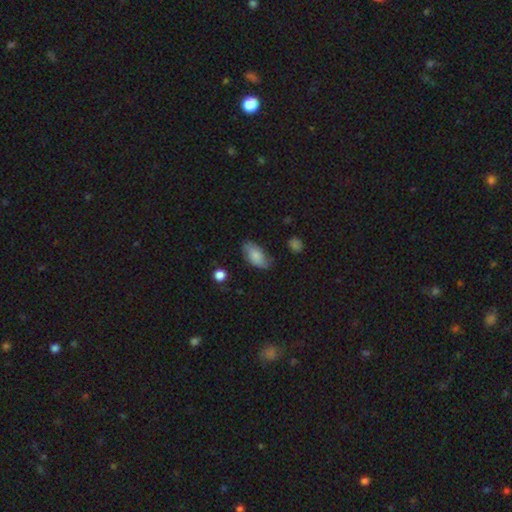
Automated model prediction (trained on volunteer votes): Q: Smooth or featured?
A: smooth (79%); runner-up: featured or disk (14%)
Q: How rounded?
A: in between (92%); runner-up: cigar-shaped (5%)
Q: Merging?
A: none (69%); runner-up: minor disturbance (24%)